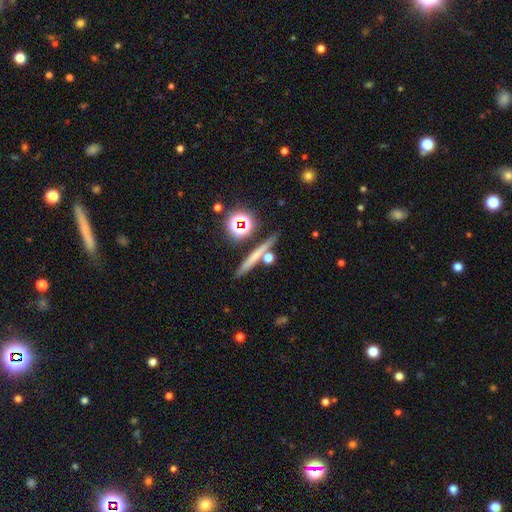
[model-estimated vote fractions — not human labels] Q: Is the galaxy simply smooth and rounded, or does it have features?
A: smooth — 53%.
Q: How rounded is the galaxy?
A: cigar-shaped — 81%.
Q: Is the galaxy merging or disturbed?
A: none — 80%.